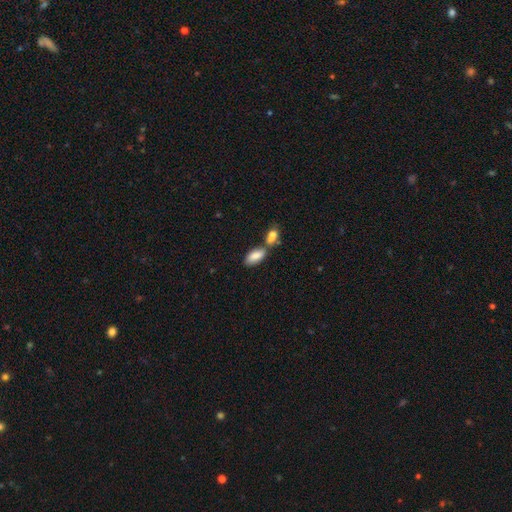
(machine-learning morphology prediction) smooth-or-featured: smooth: 83% | featured or disk: 10% | star or artifact: 7%
  how-rounded: in between: 89% | cigar-shaped: 8% | round: 2%
  merging: merger: 45% | none: 40% | minor disturbance: 11% | major disturbance: 4%